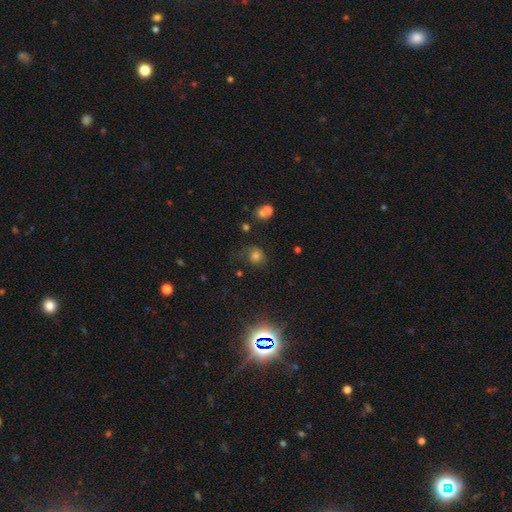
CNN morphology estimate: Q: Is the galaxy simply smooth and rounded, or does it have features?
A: smooth — 70%.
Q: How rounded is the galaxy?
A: round — 78%.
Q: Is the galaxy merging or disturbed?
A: none — 58%.